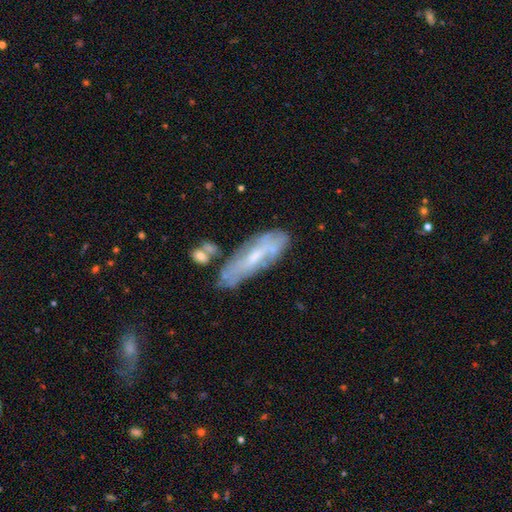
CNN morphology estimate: featured or disk 55%, smooth 37%, star or artifact 8%. Down the decision tree: edge-on disk — no (70%); merging — none (61%).